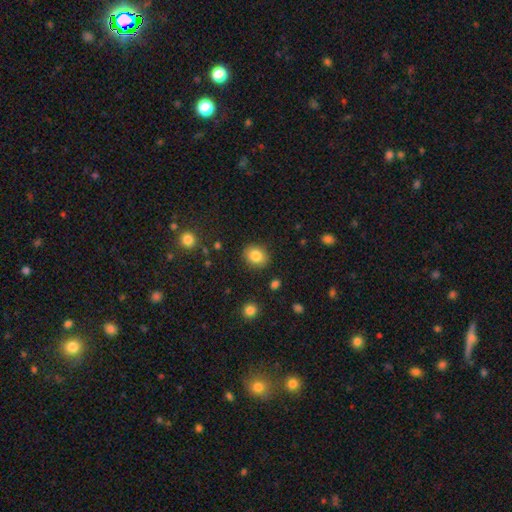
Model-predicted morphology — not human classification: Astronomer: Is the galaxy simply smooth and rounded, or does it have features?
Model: smooth — 84%.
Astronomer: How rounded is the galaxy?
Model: round — 58% (runner-up: in between, 41%).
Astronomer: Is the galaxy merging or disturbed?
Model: none — 87%.